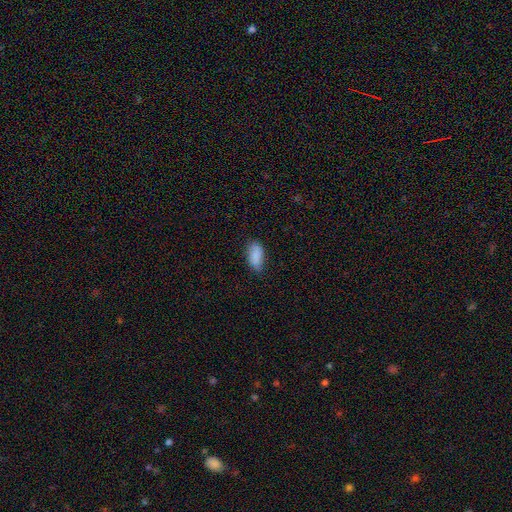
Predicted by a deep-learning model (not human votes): Overall: smooth (87%). How rounded: in between (91%). Merging: none (72%).